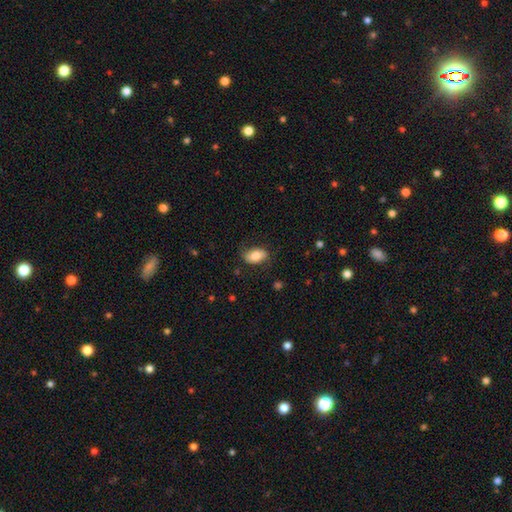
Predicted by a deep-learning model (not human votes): A smooth galaxy with no disk features (76%) that is in between round and cigar-shaped (91%).

Vote fractions:
- Smooth or featured? smooth: 76% / featured or disk: 17% / star or artifact: 7%
- How rounded? in between: 91% / round: 7% / cigar-shaped: 2%
- Merging? none: 73% / minor disturbance: 20% / major disturbance: 6% / merger: 1%